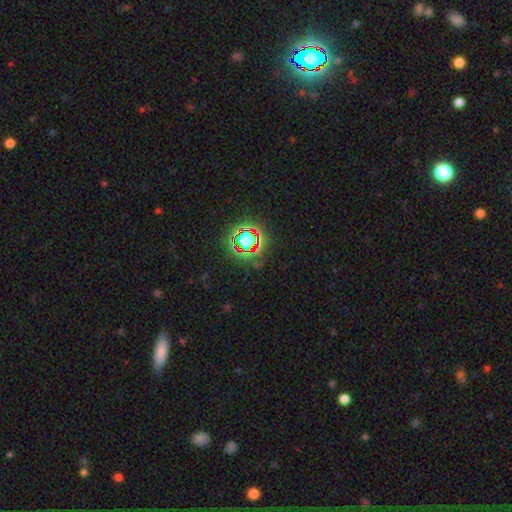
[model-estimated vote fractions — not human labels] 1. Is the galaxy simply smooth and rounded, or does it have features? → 77% star or artifact, 15% smooth, 9% featured or disk.